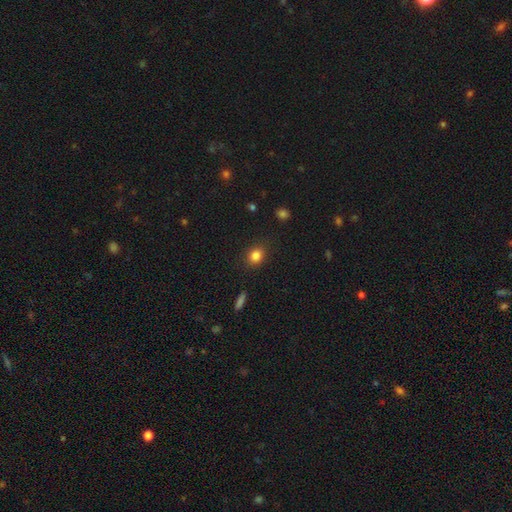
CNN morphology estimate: This appears to be a smooth galaxy with no disk features (83%) that is round (61%). Merging: none (85%).